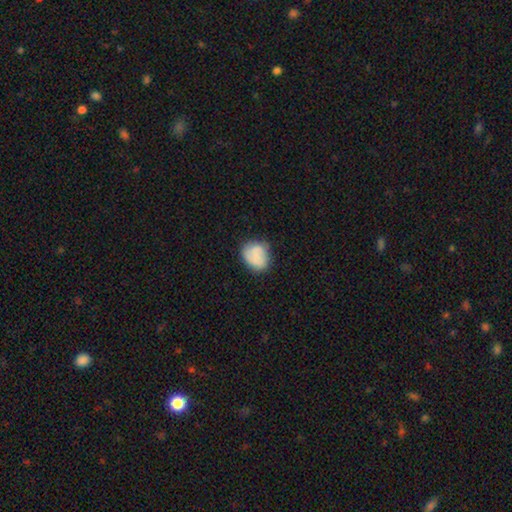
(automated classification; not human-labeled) Smooth or featured? smooth (75%)
How rounded? round (58%)
Merging? none (66%)